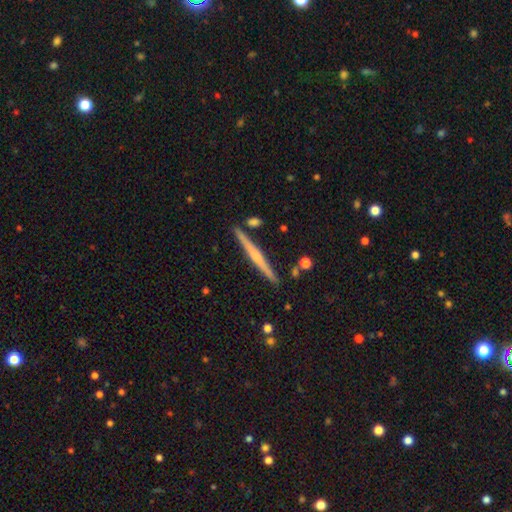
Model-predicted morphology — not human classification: Smooth or featured? featured or disk (65%)
Edge-on disk? yes (98%)
Edge-on bulge? rounded (58%)
Merging? none (89%)